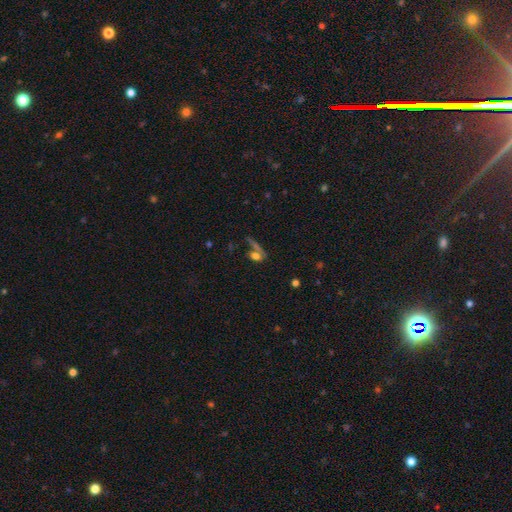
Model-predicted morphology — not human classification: Smooth or featured? Predicted: smooth (p=0.64). How rounded? Predicted: in between (p=0.62). Merging? Predicted: none (p=0.45).